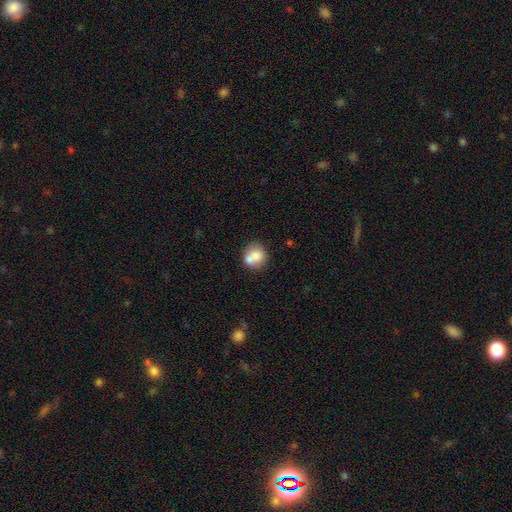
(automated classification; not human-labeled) smooth 75%, featured or disk 16%, star or artifact 9%. Down the decision tree: how rounded — round (74%); merging — merger (42%).